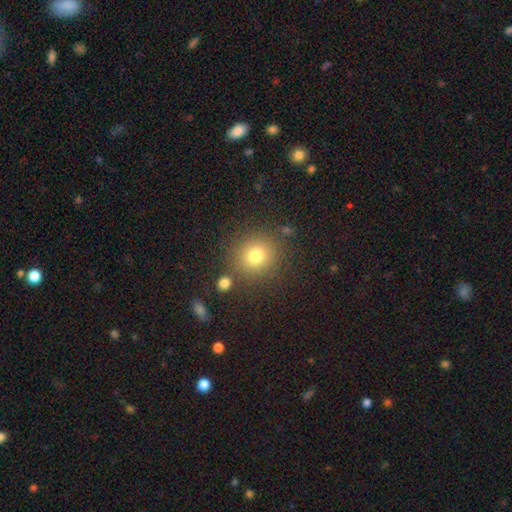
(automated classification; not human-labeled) The model was most divided on "smooth or featured": smooth: 77%, star or artifact: 14%, featured or disk: 9%. More confident: how rounded — round (88%); merging — none (83%).